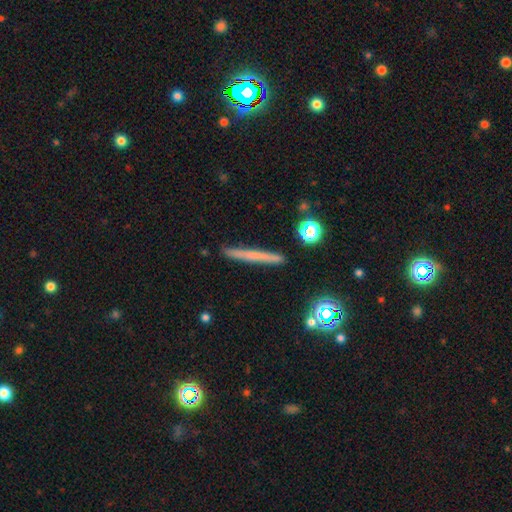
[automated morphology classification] Smooth or featured: smooth — 52% (featured or disk — 38%)
How rounded: cigar-shaped — 95% (round — 3%)
Merging: none — 90% (minor disturbance — 7%)